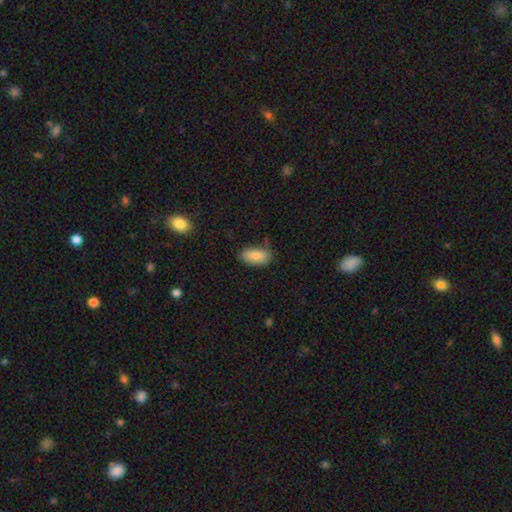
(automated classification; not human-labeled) smooth-or-featured: smooth: 84% | featured or disk: 9% | star or artifact: 7%
  how-rounded: in between: 91% | cigar-shaped: 5% | round: 3%
  merging: none: 71% | minor disturbance: 22% | major disturbance: 4% | merger: 3%